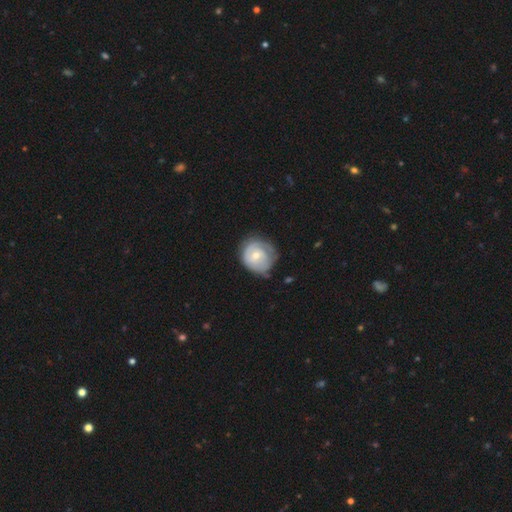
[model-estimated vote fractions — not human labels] smooth_or_featured: featured or disk (p=0.63) [alt: smooth p=0.32]
disk_edge_on: no (p=0.98) [alt: yes p=0.02]
bar: no (p=0.63) [alt: weak p=0.31]
has_spiral_arms: yes (p=0.80) [alt: no p=0.20]
bulge_size: moderate (p=0.48) [alt: small p=0.47]
merging: none (p=0.61) [alt: minor disturbance p=0.26]